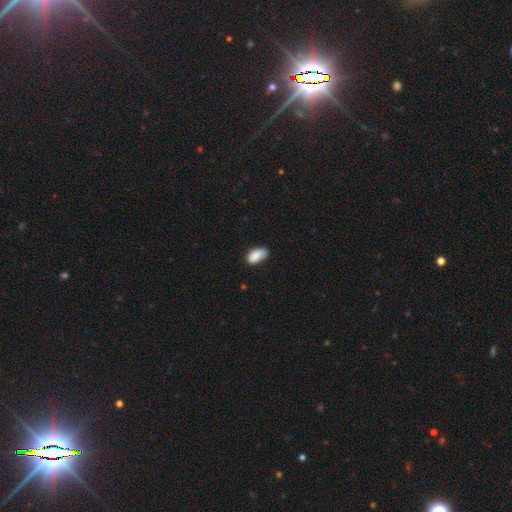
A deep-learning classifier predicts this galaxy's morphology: smooth 88%, star or artifact 7%, featured or disk 5%. Down the decision tree: how rounded — in between (93%); merging — none (64%).